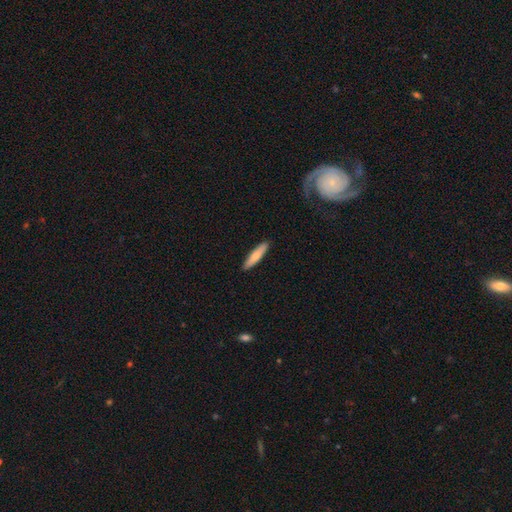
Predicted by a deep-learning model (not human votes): Morphology: type=smooth (76%); roundness=cigar-shaped (81%); merging=none (91%).